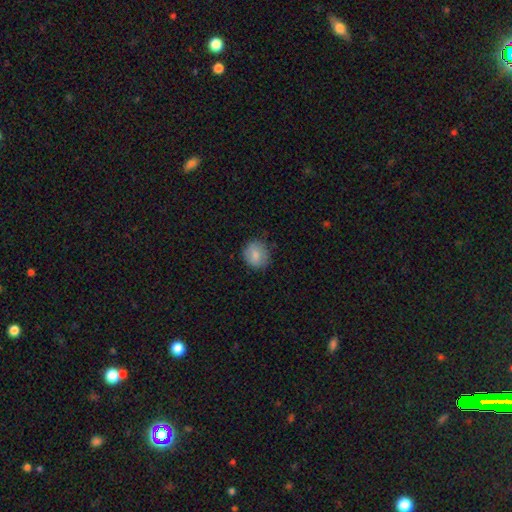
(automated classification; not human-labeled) smooth_or_featured: smooth (p=0.81) [alt: featured or disk p=0.11]
how_rounded: round (p=0.75) [alt: in between p=0.24]
merging: none (p=0.80) [alt: minor disturbance p=0.15]